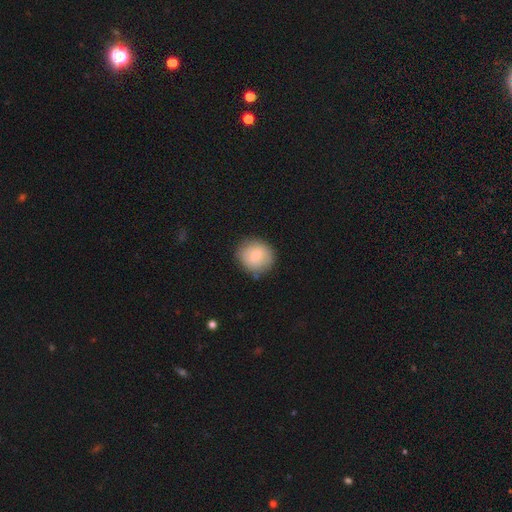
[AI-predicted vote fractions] Morphology: type=smooth (73%); roundness=round (85%); merging=none (84%).